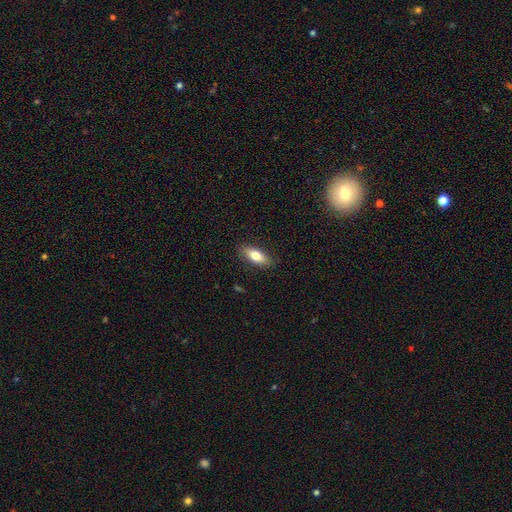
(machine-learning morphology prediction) smooth_or_featured: smooth (p=0.74) [alt: featured or disk p=0.20]
how_rounded: in between (p=0.73) [alt: cigar-shaped p=0.24]
merging: none (p=0.87) [alt: minor disturbance p=0.10]